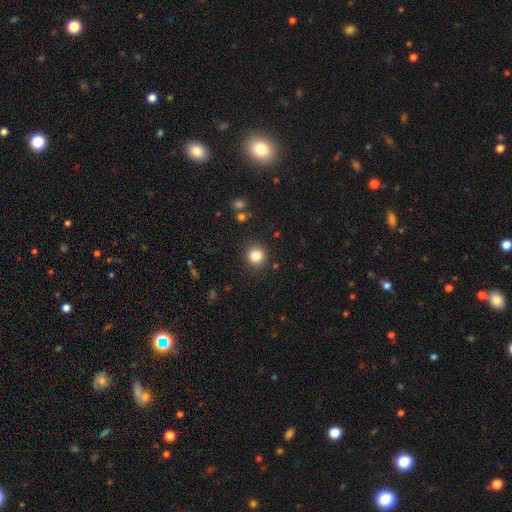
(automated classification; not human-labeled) Smooth or featured? Predicted: smooth (p=0.84). How rounded? Predicted: round (p=0.92). Merging? Predicted: none (p=0.89).